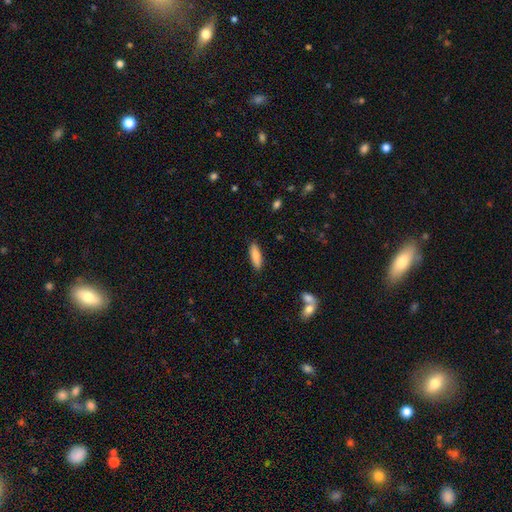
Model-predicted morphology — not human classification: Q: Smooth or featured?
A: smooth (81%); runner-up: featured or disk (13%)
Q: How rounded?
A: cigar-shaped (54%); runner-up: in between (44%)
Q: Merging?
A: none (88%); runner-up: minor disturbance (8%)